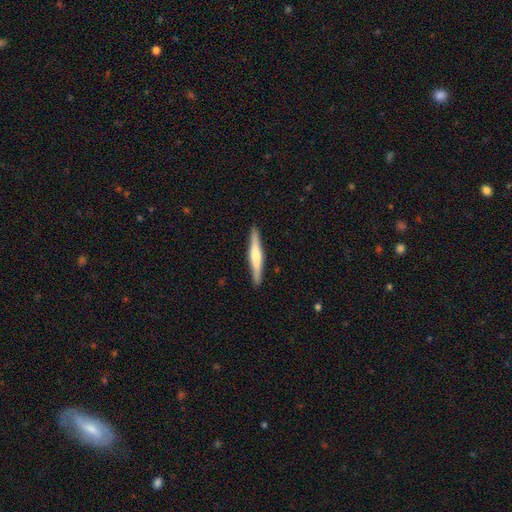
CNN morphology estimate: Smooth or featured?
  - featured or disk: 55% *
  - smooth: 40%
  - star or artifact: 5%
Edge-on disk?
  - yes: 98% *
  - no: 2%
Edge-on bulge?
  - rounded: 59% *
  - boxy: 23%
  - none: 19%
Merging?
  - none: 91% *
  - minor disturbance: 6%
  - major disturbance: 1%
  - merger: 1%